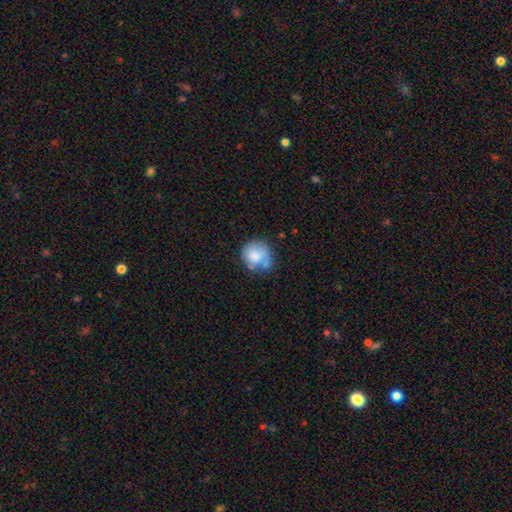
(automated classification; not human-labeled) Q: Smooth or featured?
A: smooth (72%); runner-up: featured or disk (20%)
Q: How rounded?
A: round (79%); runner-up: in between (20%)
Q: Merging?
A: none (47%); runner-up: minor disturbance (29%)